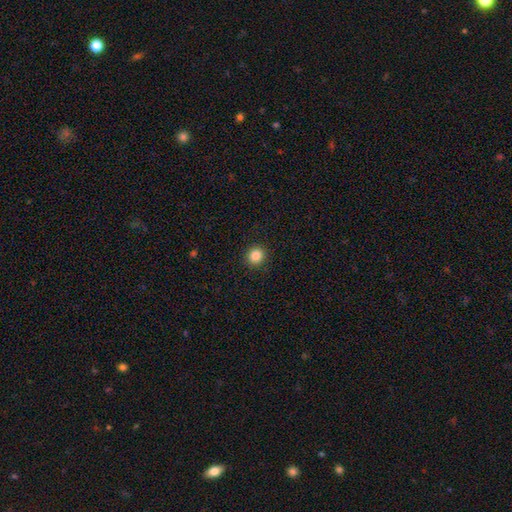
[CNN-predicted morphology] type=smooth (85%); roundness=round (91%); merging=none (92%).